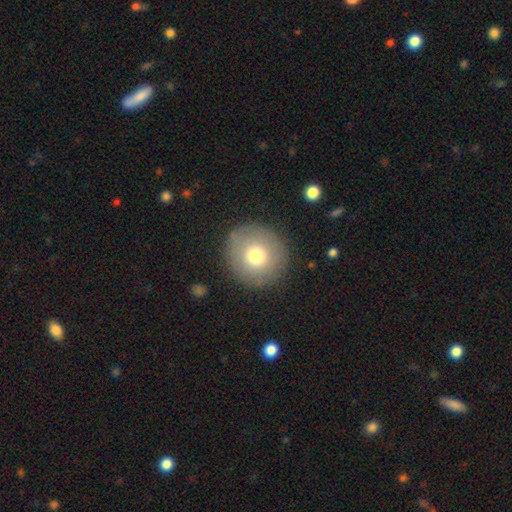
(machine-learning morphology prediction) Smooth or featured? Predicted: smooth (p=0.73). How rounded? Predicted: round (p=0.94). Merging? Predicted: none (p=0.88).